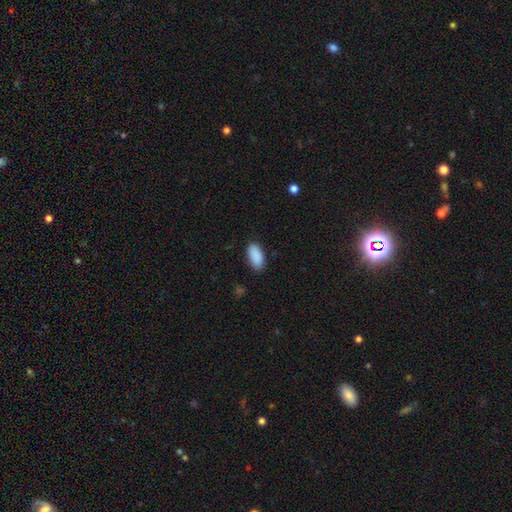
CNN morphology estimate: type=smooth (91%); roundness=in between (92%); merging=none (84%).